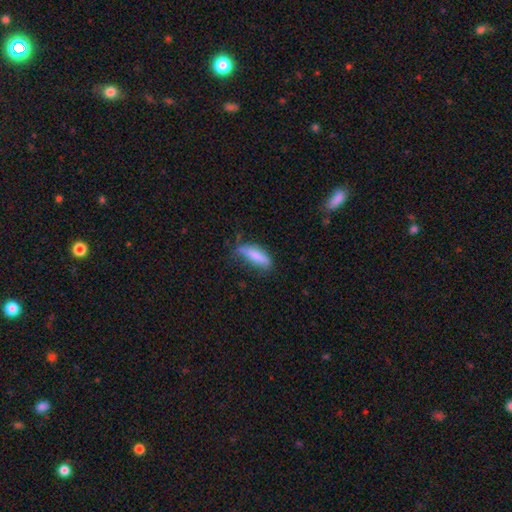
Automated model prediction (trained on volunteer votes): smooth 78%, featured or disk 15%, star or artifact 7%. Down the decision tree: how rounded — cigar-shaped (52%); merging — none (44%).